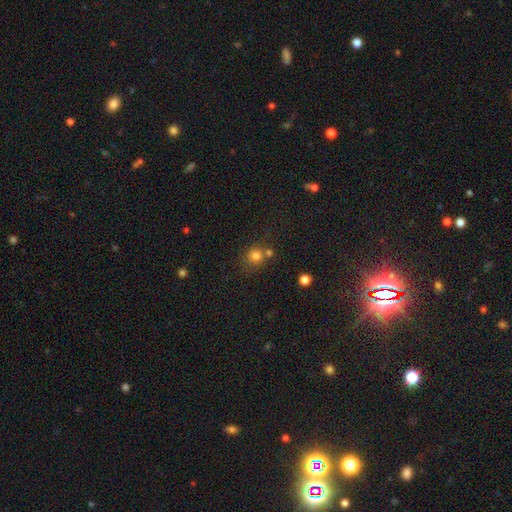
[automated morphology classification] Overall: smooth (78%). How rounded: round (87%). Merging: none (60%; merger 26%).